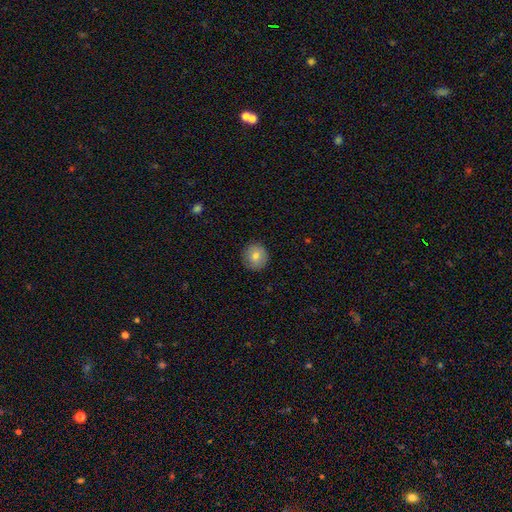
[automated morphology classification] smooth-or-featured: smooth: 78% | featured or disk: 13% | star or artifact: 9%
  how-rounded: round: 94% | in between: 5% | cigar-shaped: 1%
  merging: none: 90% | minor disturbance: 7% | major disturbance: 2% | merger: 1%